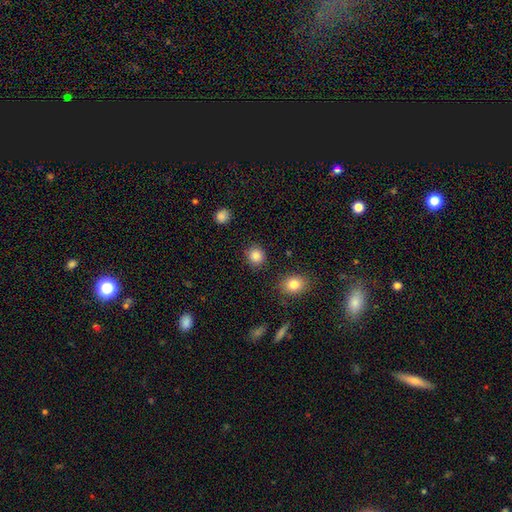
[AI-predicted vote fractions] A smooth galaxy with no disk features (86%) that is round (87%).

Vote fractions:
- Smooth or featured? smooth: 86% / star or artifact: 10% / featured or disk: 4%
- How rounded? round: 87% / in between: 12% / cigar-shaped: 1%
- Merging? none: 89% / minor disturbance: 6% / major disturbance: 2% / merger: 2%